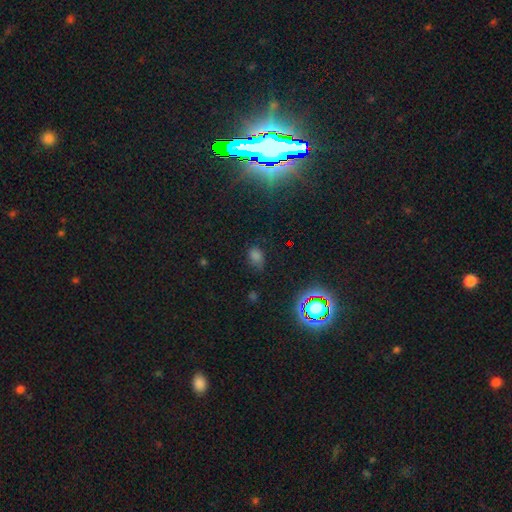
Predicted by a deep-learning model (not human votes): The model was most divided on "smooth or featured": smooth: 57%, star or artifact: 35%, featured or disk: 8%. More confident: how rounded — in between (73%); merging — none (70%).